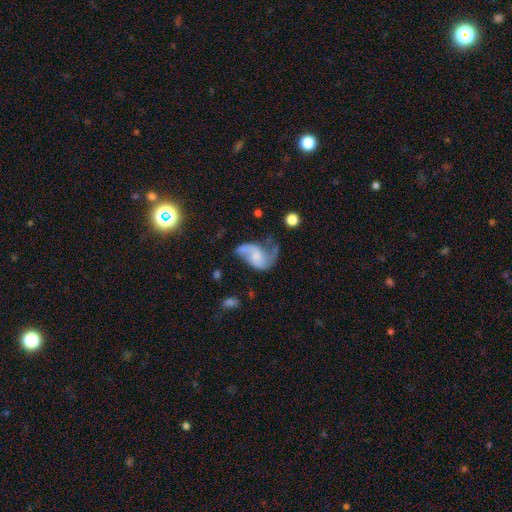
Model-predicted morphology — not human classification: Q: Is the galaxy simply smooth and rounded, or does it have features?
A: featured or disk — 78%.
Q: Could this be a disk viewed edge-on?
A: no — 98%.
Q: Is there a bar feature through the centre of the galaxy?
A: no — 61%.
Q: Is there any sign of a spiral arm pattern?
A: yes — 93%.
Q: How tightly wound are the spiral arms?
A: loose — 62%.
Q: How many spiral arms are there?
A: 2 — 85%.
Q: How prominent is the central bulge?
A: none — 36%.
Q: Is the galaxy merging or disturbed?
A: none — 40%.